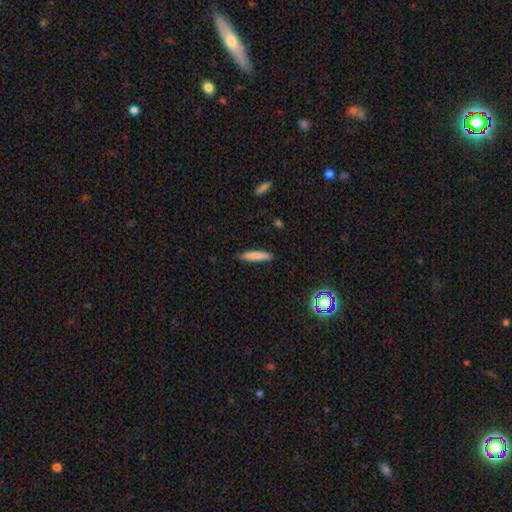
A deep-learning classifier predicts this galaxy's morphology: This is clearly a smooth galaxy (80%). How rounded: clearly cigar-shaped (86%). Merging: clearly none (87%).